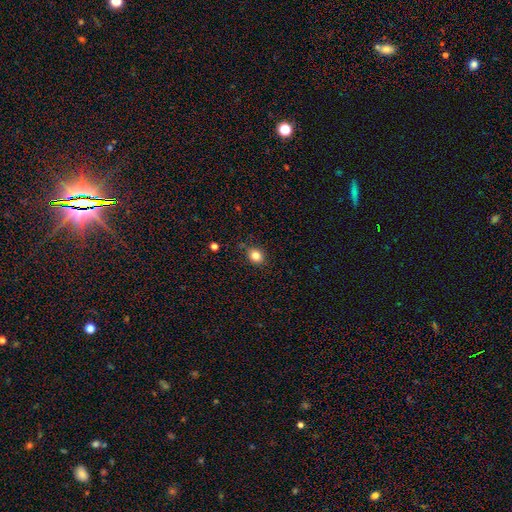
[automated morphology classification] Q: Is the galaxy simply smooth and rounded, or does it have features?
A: smooth — 83%.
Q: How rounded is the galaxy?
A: round — 60%.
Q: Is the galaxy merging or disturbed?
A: none — 84%.